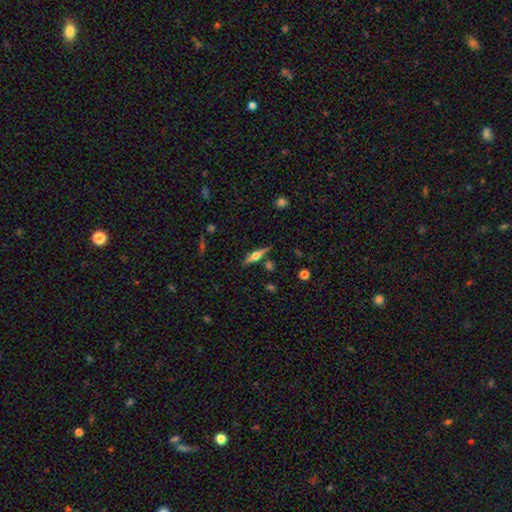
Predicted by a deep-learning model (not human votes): Morphology: type=featured or disk (64%); edge-on=yes (96%); edge-on bulge=rounded (88%); merging=none (82%).